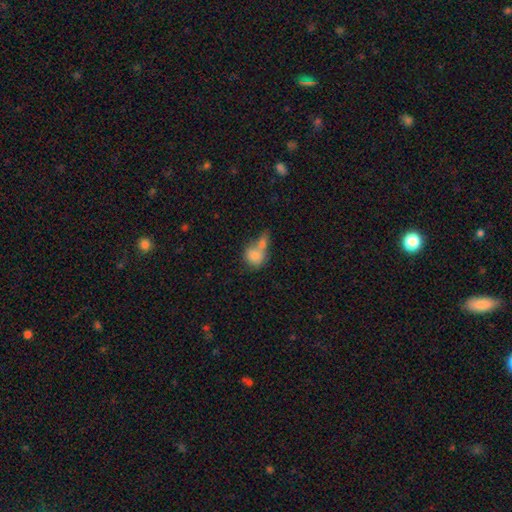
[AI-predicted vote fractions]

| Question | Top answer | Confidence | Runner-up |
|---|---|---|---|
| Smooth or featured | smooth | 81% | featured or disk (12%) |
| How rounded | round | 60% | in between (38%) |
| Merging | merger | 60% | none (23%) |